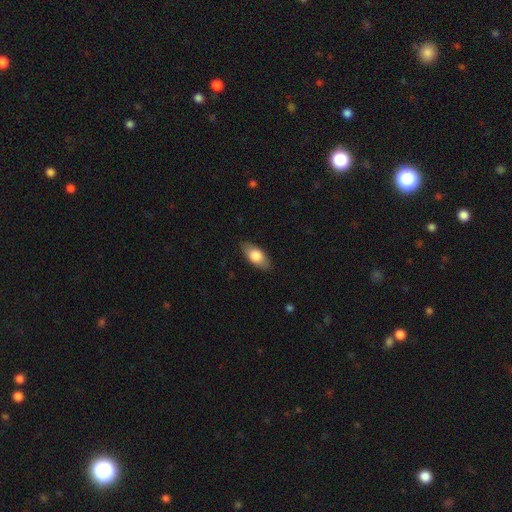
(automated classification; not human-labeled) smooth_or_featured: smooth (p=0.75) [alt: featured or disk p=0.19]
how_rounded: in between (p=0.87) [alt: cigar-shaped p=0.09]
merging: none (p=0.85) [alt: minor disturbance p=0.11]